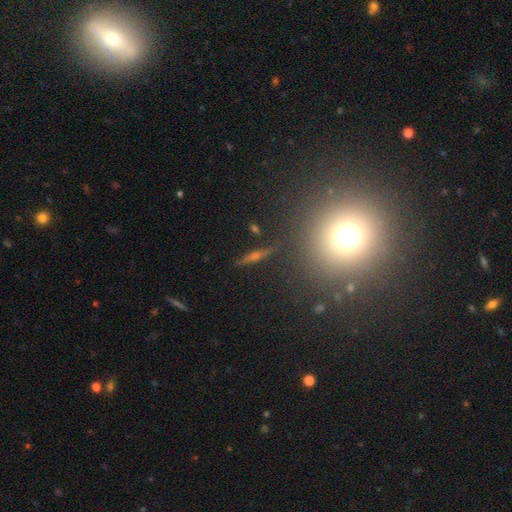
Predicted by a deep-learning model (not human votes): This is marginally a smooth galaxy (39%). Merging: clearly none (86%).